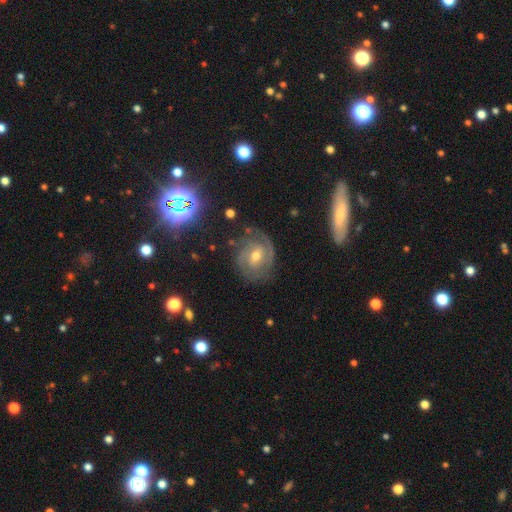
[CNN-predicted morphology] This appears to be a featured or disk galaxy (81%) with a weak bar (48%), 2 (44%) tight (62%) spiral arms (94%) and a moderate central bulge (67%). Merging: none (74%).